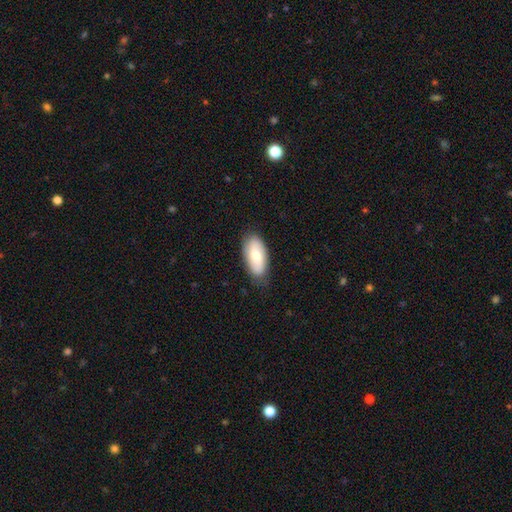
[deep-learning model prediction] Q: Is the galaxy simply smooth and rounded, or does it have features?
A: smooth — 63%.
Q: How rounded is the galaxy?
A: in between — 90%.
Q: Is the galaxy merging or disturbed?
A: none — 81%.